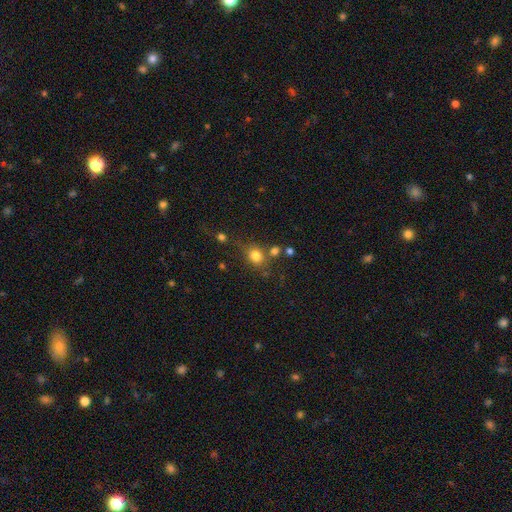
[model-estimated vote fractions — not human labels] Smooth or featured? Predicted: smooth (p=0.79). How rounded? Predicted: round (p=0.63). Merging? Predicted: none (p=0.64).